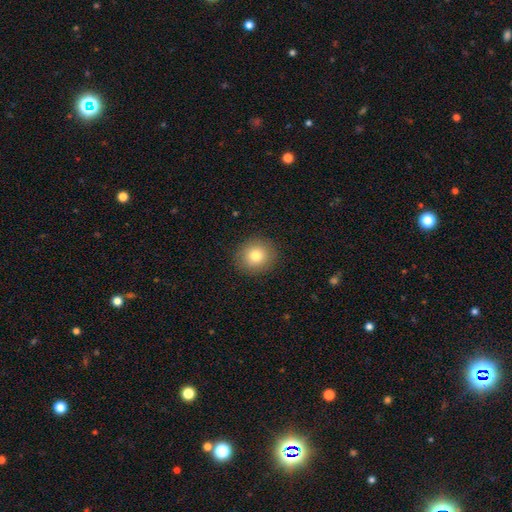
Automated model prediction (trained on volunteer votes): A smooth galaxy with no disk features (79%) that is round (88%).

Vote fractions:
- Smooth or featured? smooth: 79% / featured or disk: 11% / star or artifact: 10%
- How rounded? round: 88% / in between: 11% / cigar-shaped: 1%
- Merging? none: 90% / minor disturbance: 7% / major disturbance: 2% / merger: 1%